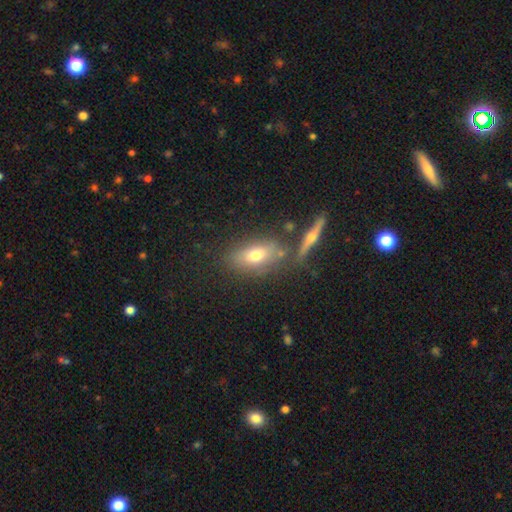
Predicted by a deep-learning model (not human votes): A smooth galaxy with no disk features (63%) that is in between round and cigar-shaped (78%).

Vote fractions:
- Smooth or featured? smooth: 63% / featured or disk: 26% / star or artifact: 11%
- How rounded? in between: 78% / cigar-shaped: 12% / round: 11%
- Merging? none: 70% / minor disturbance: 14% / merger: 12% / major disturbance: 5%